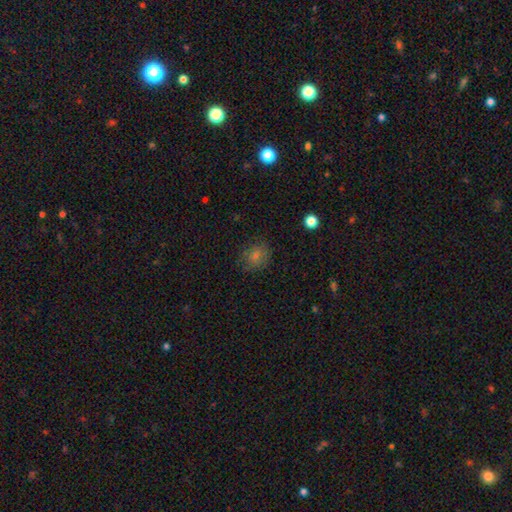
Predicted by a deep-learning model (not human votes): smooth 67%, star or artifact 21%, featured or disk 12%. Down the decision tree: how rounded — round (70%); merging — none (81%).